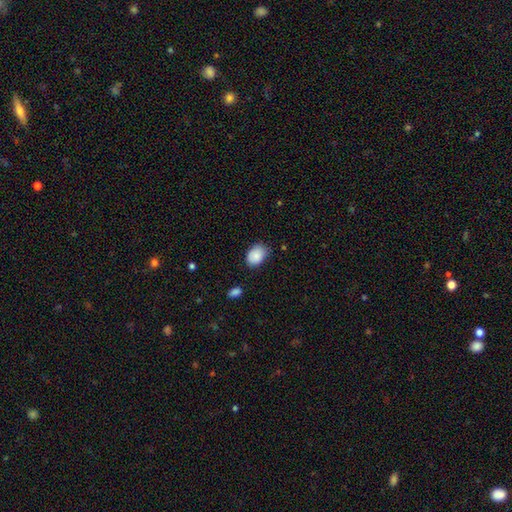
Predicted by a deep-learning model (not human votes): Overall: smooth (88%). How rounded: in between (78%). Merging: none (70%).